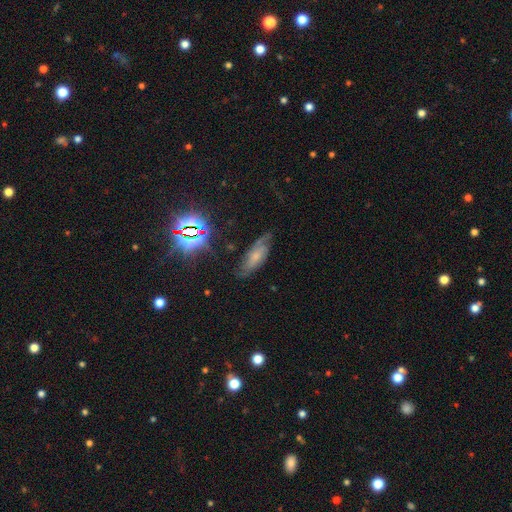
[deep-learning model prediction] Smooth or featured: featured or disk — 55% (smooth — 27%)
Edge-on disk: no — 83% (yes — 17%)
Merging: none — 63% (minor disturbance — 24%)